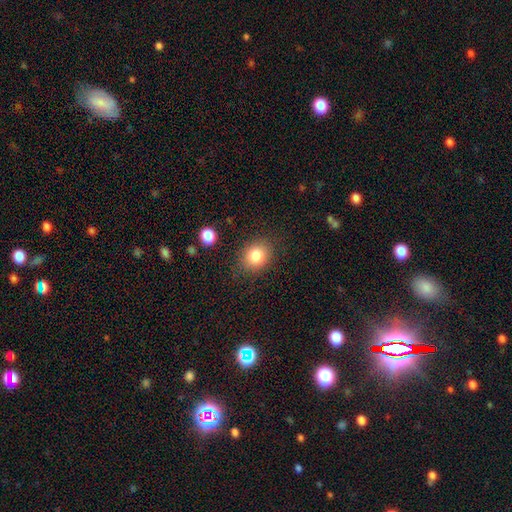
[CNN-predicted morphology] smooth 83%, star or artifact 10%, featured or disk 7%. Down the decision tree: how rounded — round (62%); merging — none (84%).